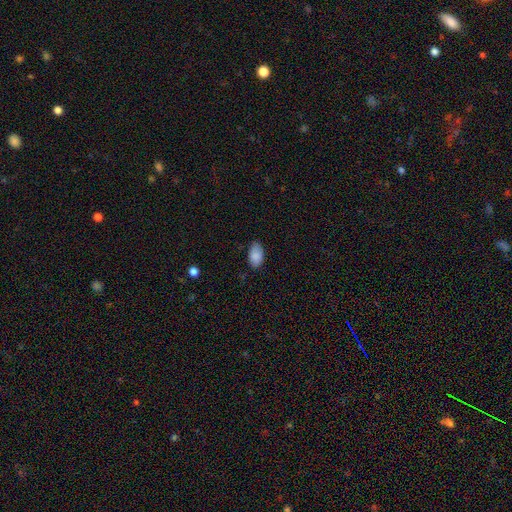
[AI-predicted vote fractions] Smooth or featured? Predicted: smooth (p=0.88). How rounded? Predicted: in between (p=0.94). Merging? Predicted: none (p=0.77).